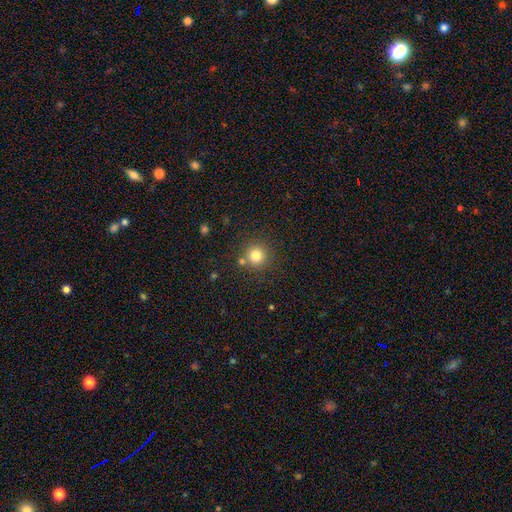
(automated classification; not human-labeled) smooth-or-featured: smooth: 80% | star or artifact: 13% | featured or disk: 7%
  how-rounded: round: 95% | in between: 4% | cigar-shaped: 1%
  merging: none: 81% | merger: 9% | minor disturbance: 7% | major disturbance: 3%